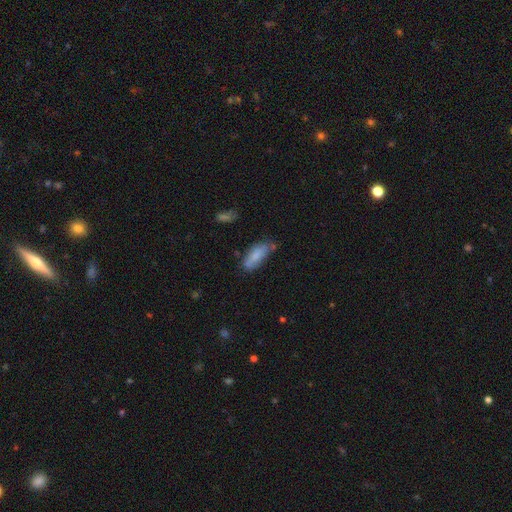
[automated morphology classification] smooth 78%, featured or disk 15%, star or artifact 7%. Down the decision tree: how rounded — in between (73%); merging — none (58%).